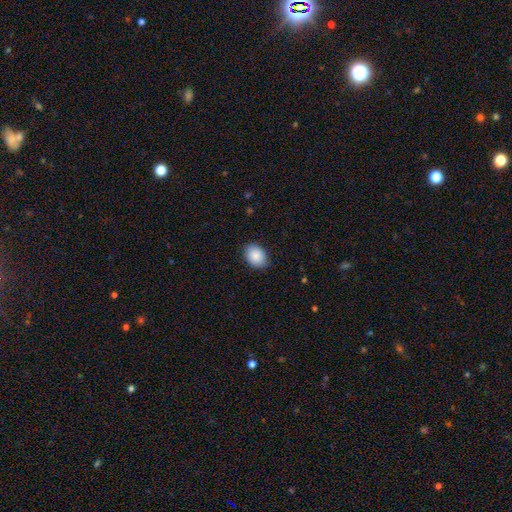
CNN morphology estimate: Smooth or featured: smooth — 88% (star or artifact — 7%)
How rounded: in between — 67% (round — 32%)
Merging: none — 85% (minor disturbance — 12%)